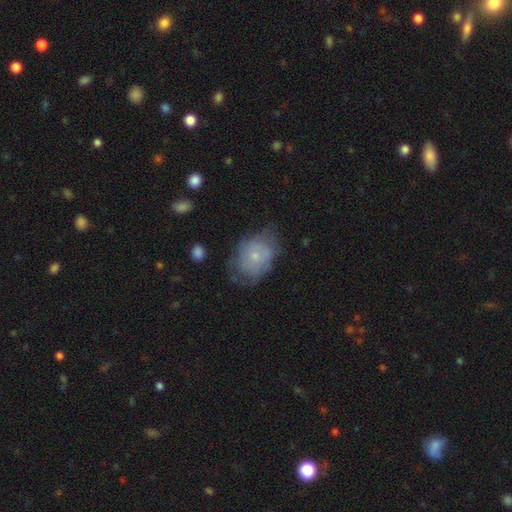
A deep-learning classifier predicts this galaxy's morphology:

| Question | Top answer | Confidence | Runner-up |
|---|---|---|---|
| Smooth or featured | smooth | 48% | featured or disk (44%) |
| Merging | none | 49% | minor disturbance (31%) |